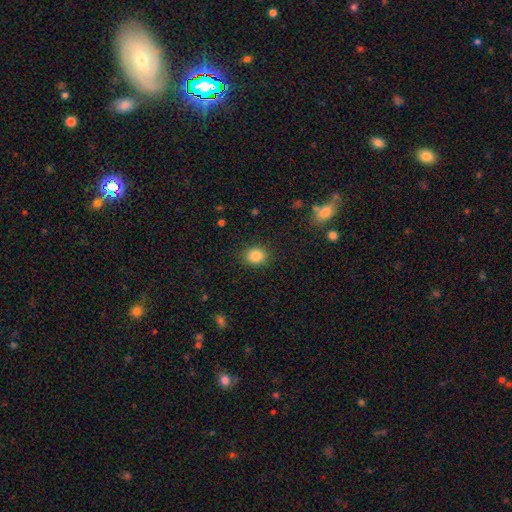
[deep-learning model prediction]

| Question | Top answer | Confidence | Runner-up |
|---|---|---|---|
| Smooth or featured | smooth | 85% | star or artifact (10%) |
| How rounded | round | 64% | in between (35%) |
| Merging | none | 87% | minor disturbance (9%) |